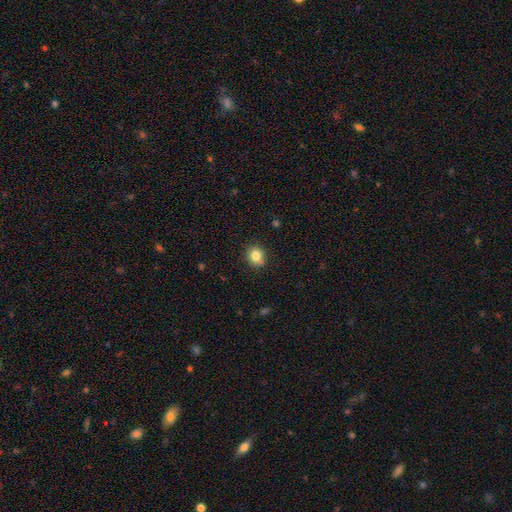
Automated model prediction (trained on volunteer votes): Overall: smooth (81%). How rounded: round (76%). Merging: none (81%).